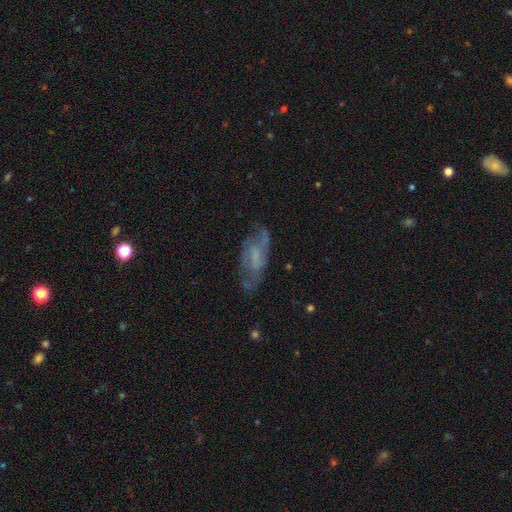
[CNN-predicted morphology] smooth-or-featured: featured or disk: 65% | smooth: 26% | star or artifact: 9%
  disk-edge-on: no: 89% | yes: 11%
    bar: weak: 44% | no: 41% | strong: 16%
    has-spiral-arms: yes: 76% | no: 24%
    bulge-size: none: 46% | small: 30% | moderate: 19% | large: 4% | dominant: 1%
  merging: none: 60% | minor disturbance: 23% | major disturbance: 14% | merger: 2%